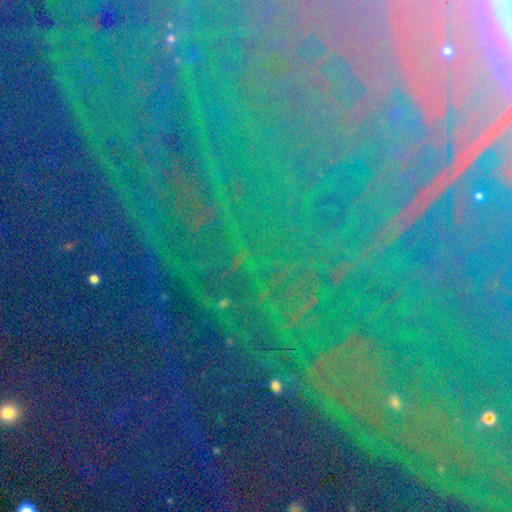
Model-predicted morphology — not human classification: Smooth or featured? Predicted: star or artifact (p=0.86).